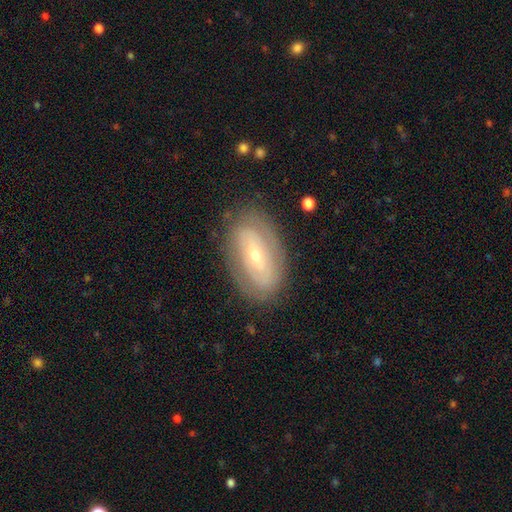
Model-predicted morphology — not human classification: This appears to be a featured or disk galaxy (71%) with no bar (36%), spiral arms (68%) and a small central bulge (64%). Merging: none (81%).